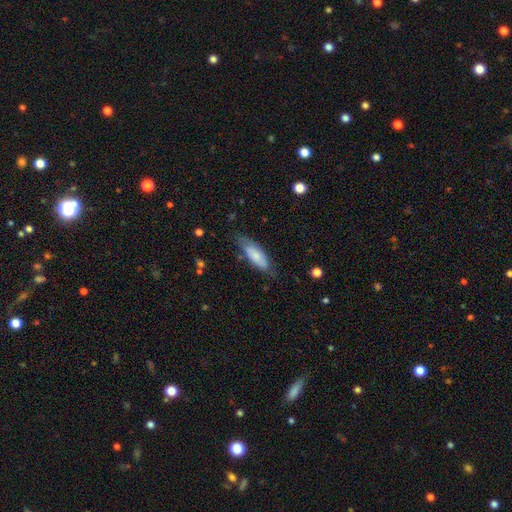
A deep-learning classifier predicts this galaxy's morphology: Q: Smooth or featured?
A: smooth (75%); runner-up: featured or disk (20%)
Q: How rounded?
A: in between (64%); runner-up: cigar-shaped (35%)
Q: Merging?
A: none (68%); runner-up: minor disturbance (24%)